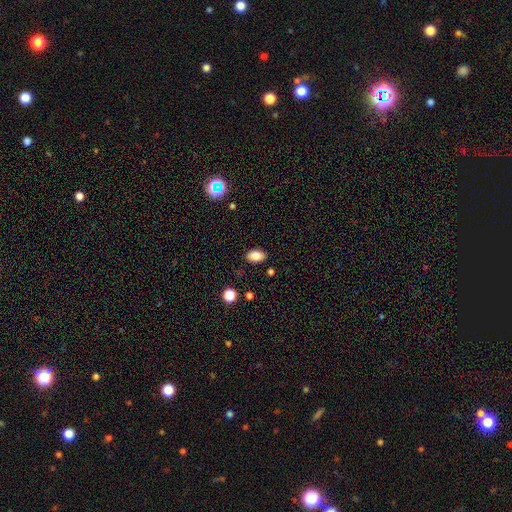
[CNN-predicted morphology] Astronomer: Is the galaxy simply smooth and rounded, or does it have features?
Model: smooth — 83%.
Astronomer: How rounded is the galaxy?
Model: in between — 90%.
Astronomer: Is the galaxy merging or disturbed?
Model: none — 85%.